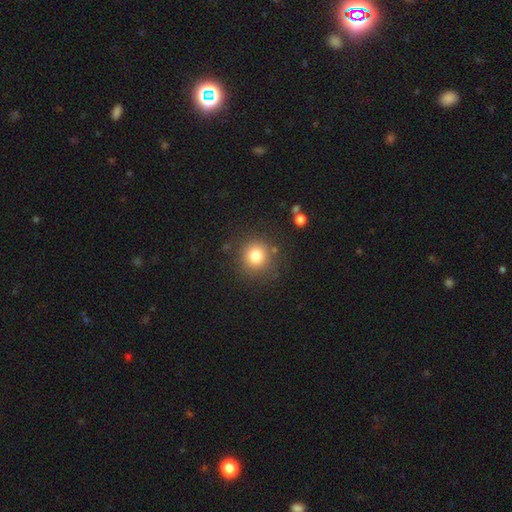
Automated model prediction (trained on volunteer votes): This is likely a smooth galaxy (80%). How rounded: clearly round (91%). Merging: clearly none (84%).